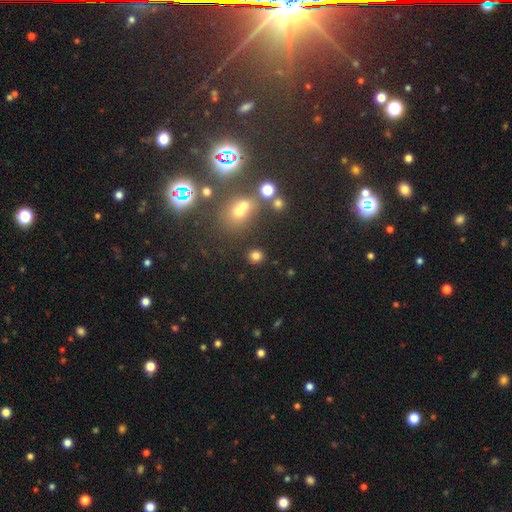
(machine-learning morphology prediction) A smooth galaxy with no disk features (77%) that is round (85%). Merging: none (84%).